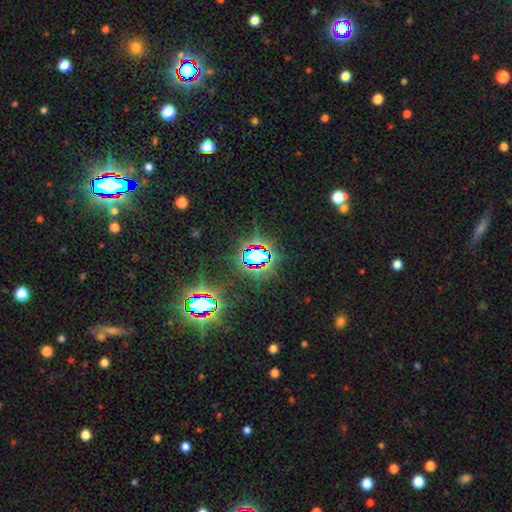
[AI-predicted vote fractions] smooth-or-featured: star or artifact: 78% | smooth: 13% | featured or disk: 9%